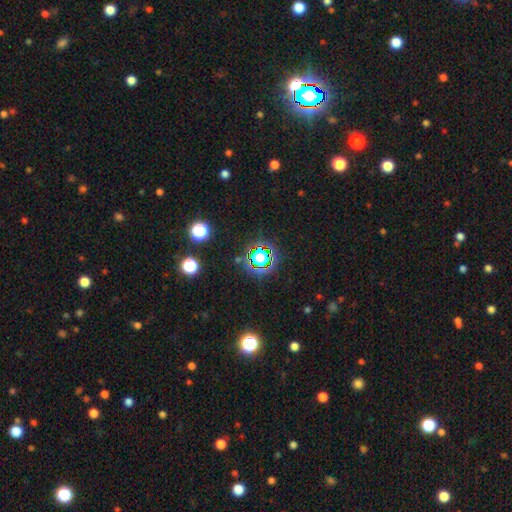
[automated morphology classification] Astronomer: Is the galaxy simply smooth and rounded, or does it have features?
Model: star or artifact — 58%.